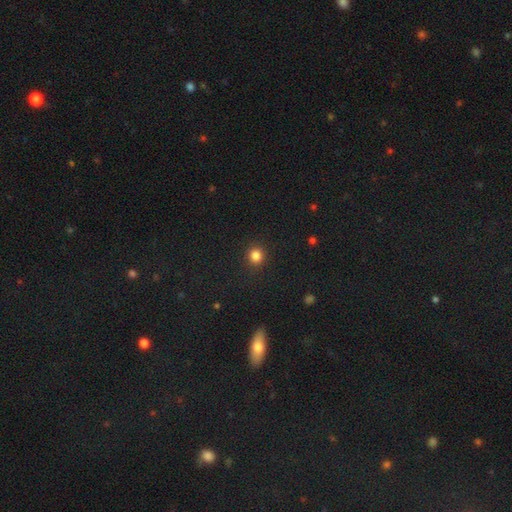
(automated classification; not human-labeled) A smooth galaxy with no disk features (84%) that is round (90%).

Vote fractions:
- Smooth or featured? smooth: 84% / star or artifact: 12% / featured or disk: 4%
- How rounded? round: 90% / in between: 9% / cigar-shaped: 1%
- Merging? none: 91% / minor disturbance: 6% / major disturbance: 2% / merger: 1%